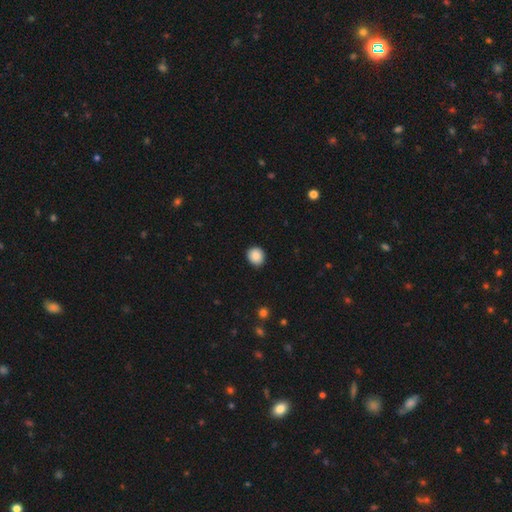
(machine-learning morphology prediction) smooth 88%, star or artifact 8%, featured or disk 4%. Down the decision tree: how rounded — round (81%); merging — none (91%).